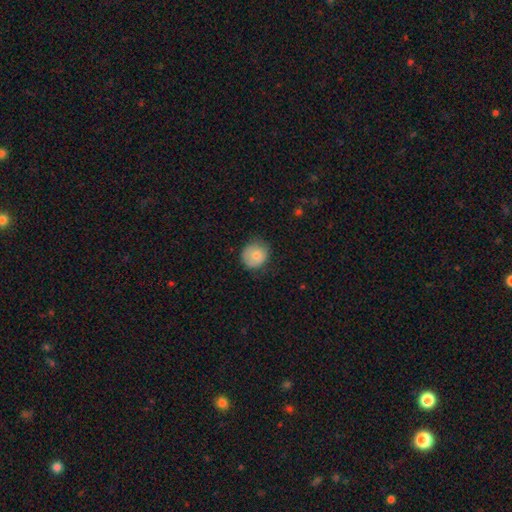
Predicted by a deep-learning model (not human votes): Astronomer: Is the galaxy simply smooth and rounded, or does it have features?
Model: smooth — 80%.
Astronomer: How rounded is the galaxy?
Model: round — 83%.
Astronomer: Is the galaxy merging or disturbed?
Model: none — 70%.